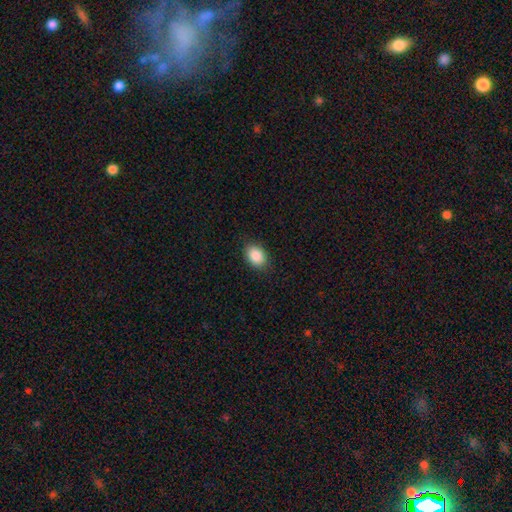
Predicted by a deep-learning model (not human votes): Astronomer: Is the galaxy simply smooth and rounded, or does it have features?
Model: smooth — 88%.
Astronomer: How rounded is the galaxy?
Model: in between — 80%.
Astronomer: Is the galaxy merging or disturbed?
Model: none — 88%.